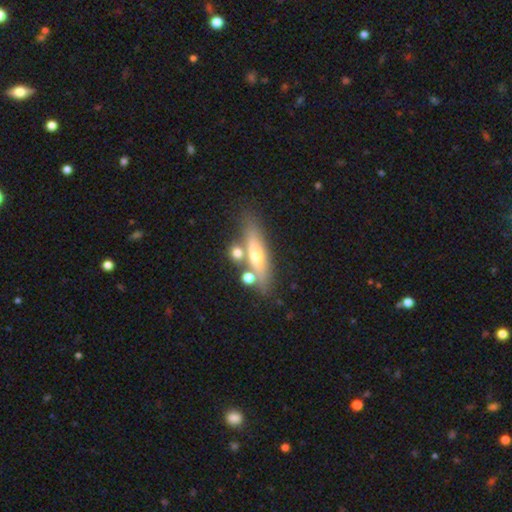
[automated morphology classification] This is possibly a featured or disk galaxy (51%). It is likely viewed edge-on (77%). Merging: likely none (69%).